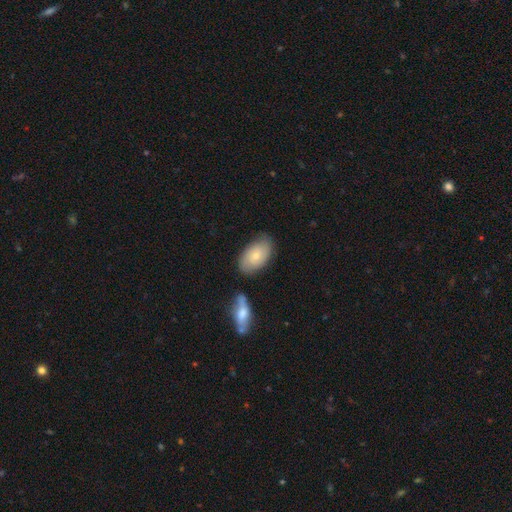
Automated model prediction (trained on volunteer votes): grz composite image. It shows a smooth galaxy with no disk features (68%) that is in between round and cigar-shaped (94%). Merging: none (71%).